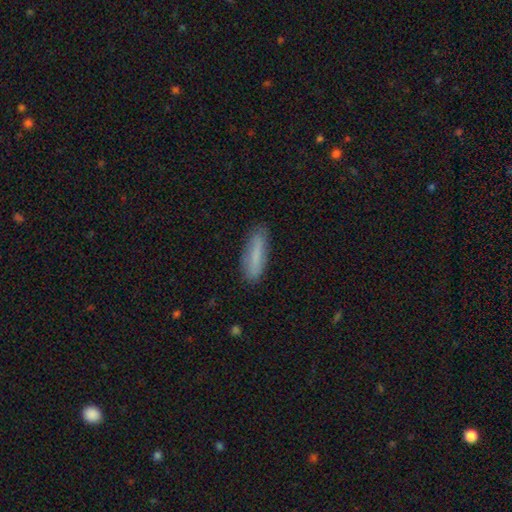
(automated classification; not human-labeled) Q: Smooth or featured?
A: smooth (77%); runner-up: featured or disk (16%)
Q: How rounded?
A: cigar-shaped (67%); runner-up: in between (31%)
Q: Merging?
A: none (83%); runner-up: minor disturbance (13%)